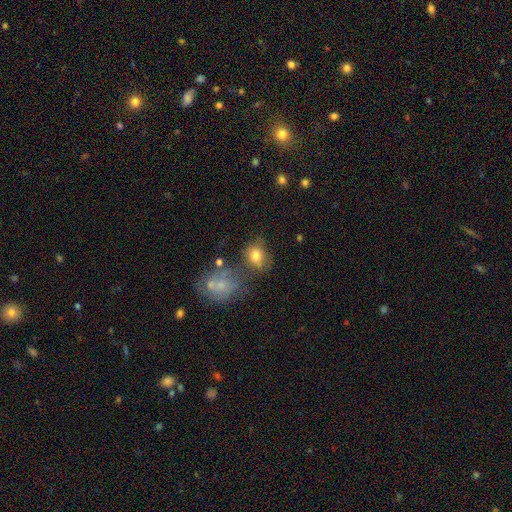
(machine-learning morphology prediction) smooth_or_featured: smooth (p=0.76) [alt: featured or disk p=0.14]
how_rounded: round (p=0.62) [alt: in between p=0.37]
merging: none (p=0.52) [alt: minor disturbance p=0.20]